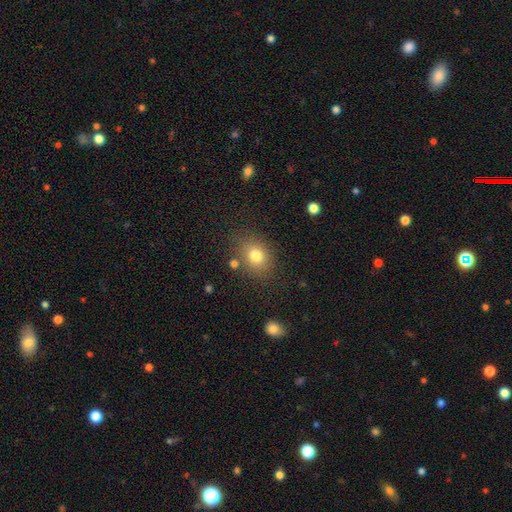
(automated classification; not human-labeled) smooth 78%, star or artifact 13%, featured or disk 9%. Down the decision tree: how rounded — round (51%); merging — none (78%).